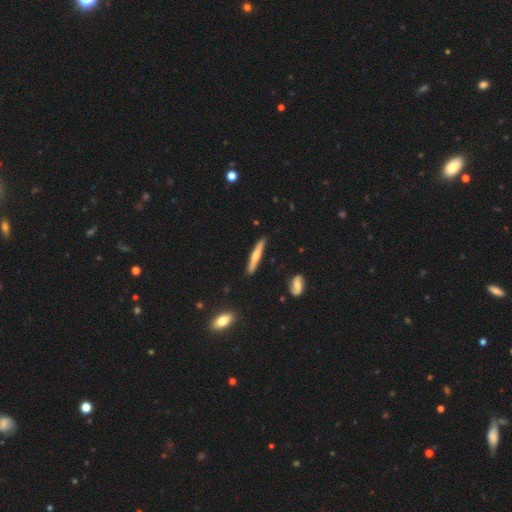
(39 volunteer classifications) Q: Smooth or featured?
A: smooth (69%); runner-up: featured or disk (31%)
Q: How rounded?
A: cigar-shaped (93%); runner-up: round (4%)
Q: Merging?
A: none (85%); runner-up: minor disturbance (13%)